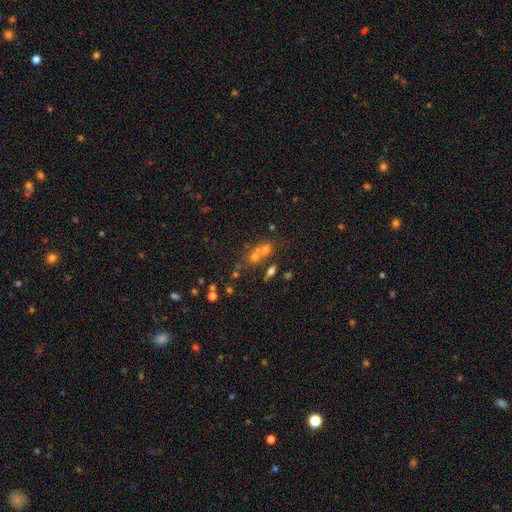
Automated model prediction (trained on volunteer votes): This is possibly a smooth galaxy (47%). Merging: possibly merger (52%).